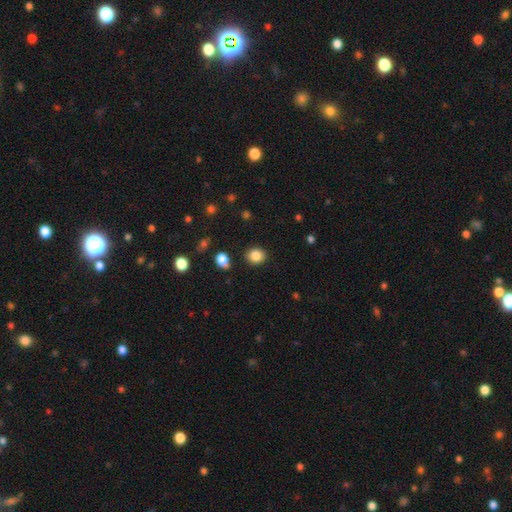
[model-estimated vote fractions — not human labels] This is clearly a smooth galaxy (85%). How rounded: likely round (74%). Merging: clearly none (88%).